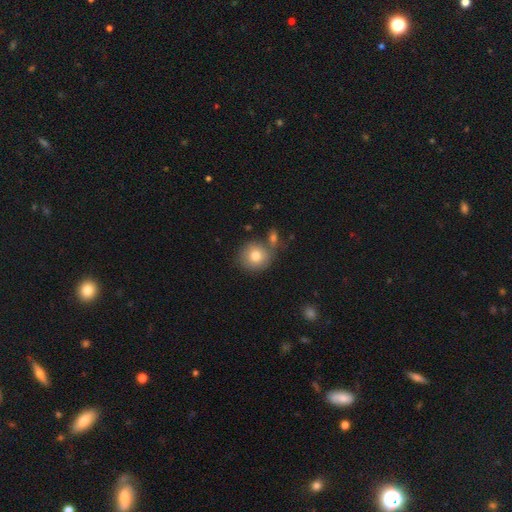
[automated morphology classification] This appears to be a smooth galaxy with no disk features (78%) that is round (89%). Merging: none (64%).